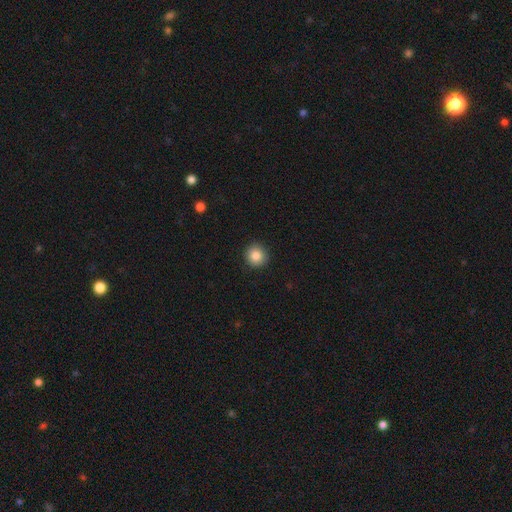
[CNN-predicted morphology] type=smooth (86%); roundness=round (93%); merging=none (91%).